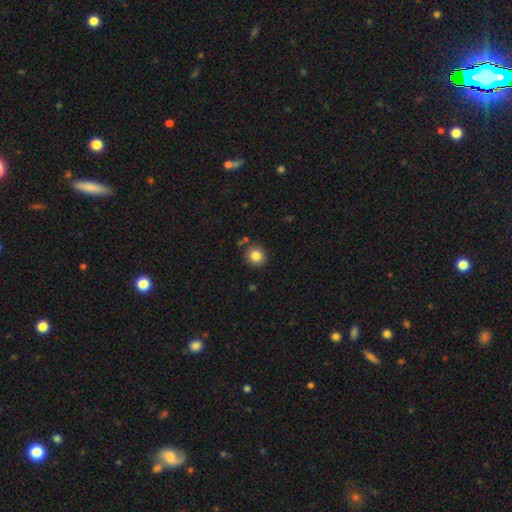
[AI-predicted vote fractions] The model was most divided on "how rounded": round: 85%, in between: 14%, cigar-shaped: 1%. More confident: smooth or featured — smooth (84%); merging — none (84%).